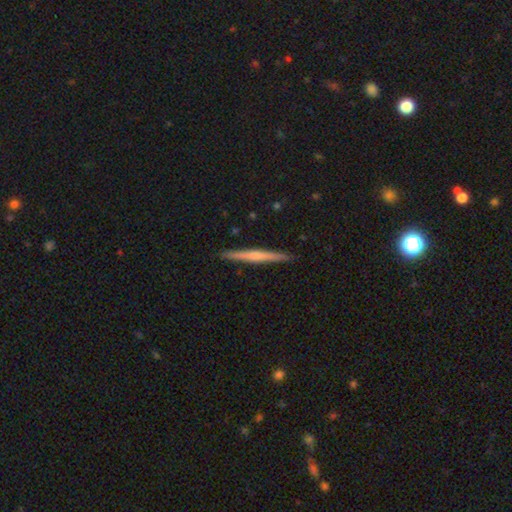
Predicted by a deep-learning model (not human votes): Overall: featured or disk (58%; smooth 37%). Edge-on disk: yes (98%). Edge-on bulge: rounded (52%; none 39%). Merging: none (92%).